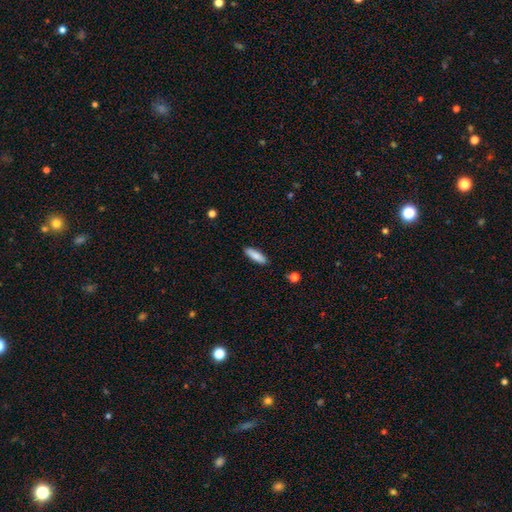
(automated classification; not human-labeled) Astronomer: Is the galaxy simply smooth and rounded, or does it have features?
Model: smooth — 85%.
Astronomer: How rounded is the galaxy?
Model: cigar-shaped — 57% (runner-up: in between, 41%).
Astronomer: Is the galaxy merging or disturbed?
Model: none — 88%.